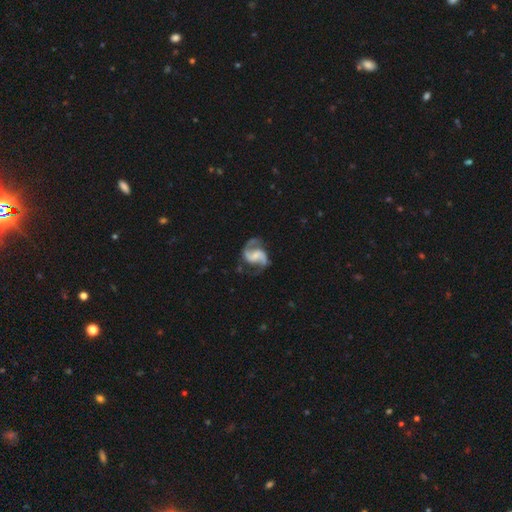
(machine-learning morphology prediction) type=featured or disk (90%); edge-on=no (98%); bar=weak (46%); spiral arms=yes (97%); winding=medium (55%); arm count=2 (93%); bulge=small (39%); merging=none (73%).